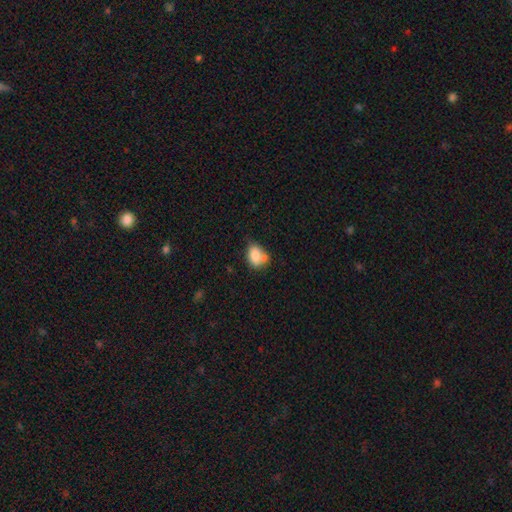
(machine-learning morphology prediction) This appears to be a smooth galaxy with no disk features (79%) that is in between round and cigar-shaped (73%). Merging: none (37%).